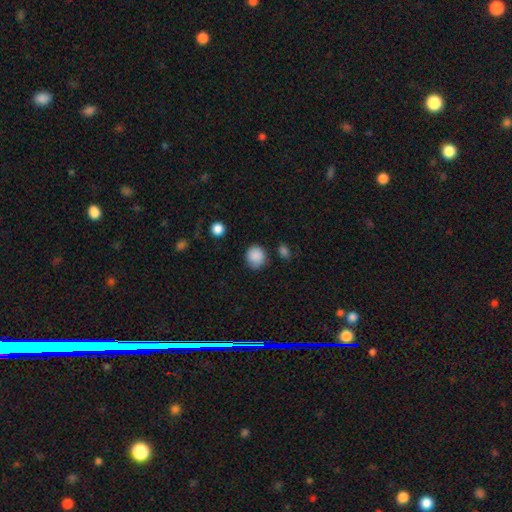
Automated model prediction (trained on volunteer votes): A smooth galaxy with no disk features (88%) that is round (81%).

Vote fractions:
- Smooth or featured? smooth: 88% / star or artifact: 9% / featured or disk: 3%
- How rounded? round: 81% / in between: 18% / cigar-shaped: 1%
- Merging? none: 80% / minor disturbance: 14% / major disturbance: 3% / merger: 3%